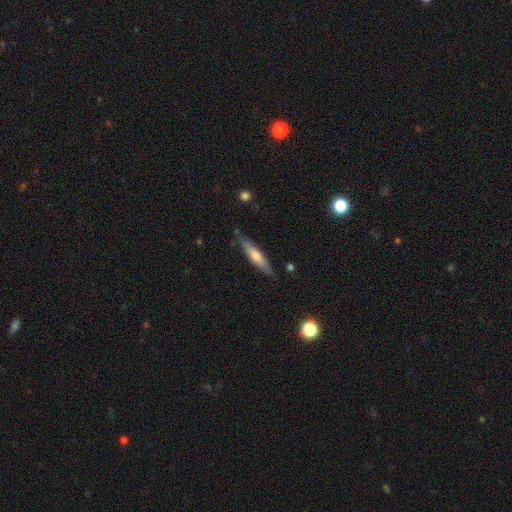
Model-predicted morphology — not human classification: Overall: smooth (52%; featured or disk 42%). How rounded: cigar-shaped (86%). Merging: none (84%).